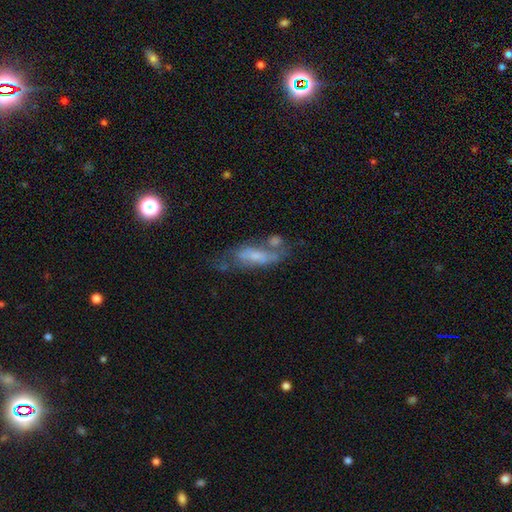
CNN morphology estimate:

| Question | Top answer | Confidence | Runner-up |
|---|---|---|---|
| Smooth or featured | featured or disk | 48% | smooth (43%) |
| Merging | none | 33% | merger (24%) |